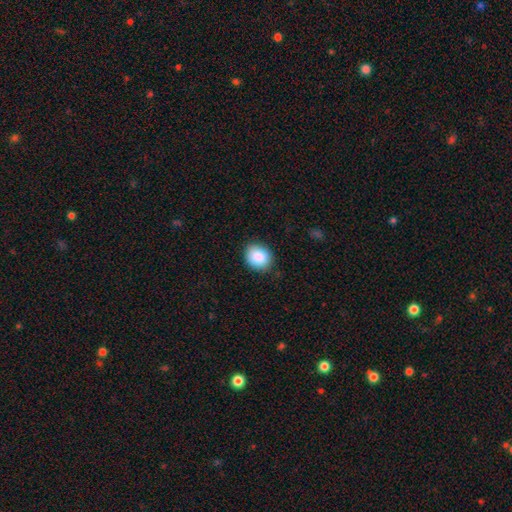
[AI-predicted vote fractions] This appears to be a smooth galaxy with no disk features (87%) that is round (62%). Merging: none (86%).